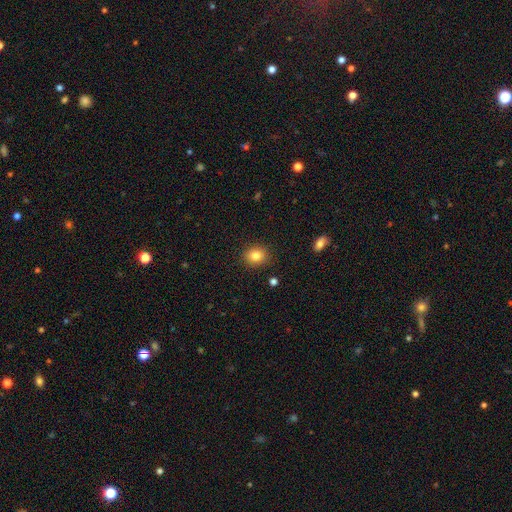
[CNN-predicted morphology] Smooth or featured? Predicted: smooth (p=0.83). How rounded? Predicted: round (p=0.70). Merging? Predicted: none (p=0.89).